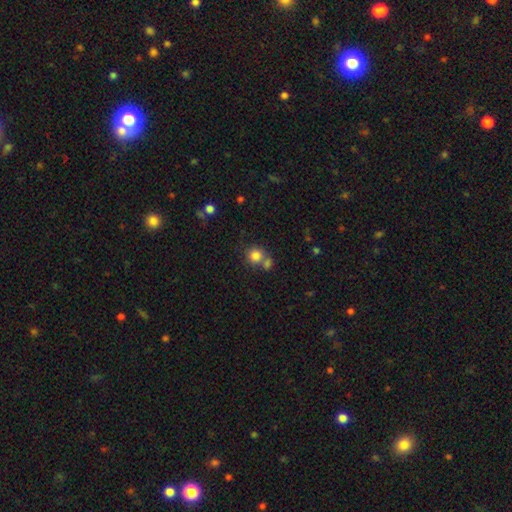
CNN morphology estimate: Q: Smooth or featured?
A: smooth (82%); runner-up: star or artifact (11%)
Q: How rounded?
A: round (87%); runner-up: in between (12%)
Q: Merging?
A: none (51%); runner-up: merger (35%)